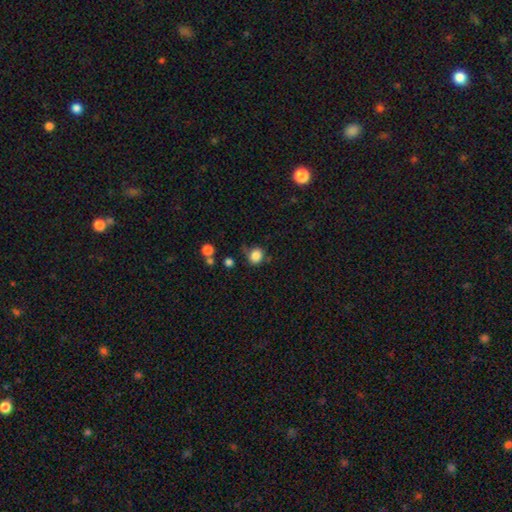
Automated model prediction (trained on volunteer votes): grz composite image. It shows a smooth galaxy with no disk features (85%) that is round (78%). Merging: none (70%).